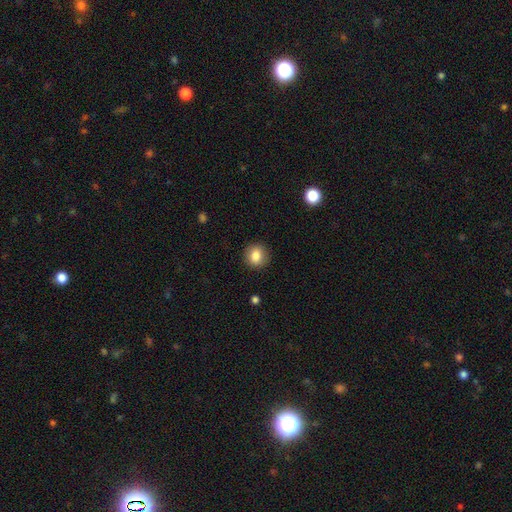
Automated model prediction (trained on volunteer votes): Smooth or featured? smooth (84%)
How rounded? round (83%)
Merging? none (90%)